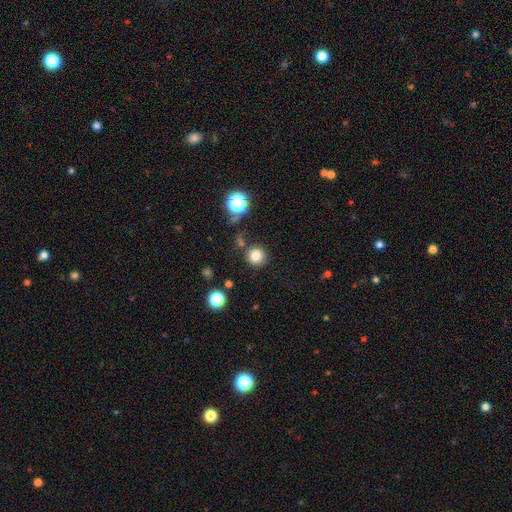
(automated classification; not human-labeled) smooth 80%, star or artifact 14%, featured or disk 5%. Down the decision tree: how rounded — round (92%); merging — none (82%).